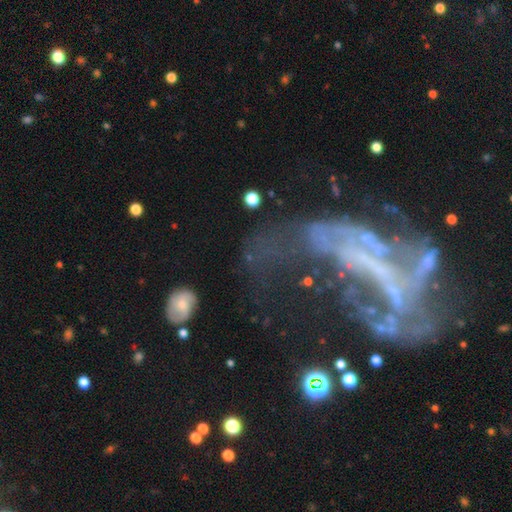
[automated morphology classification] smooth_or_featured: featured or disk (p=0.58) [alt: smooth p=0.22]
disk_edge_on: no (p=0.85) [alt: yes p=0.15]
merging: none (p=0.37) [alt: major disturbance p=0.35]